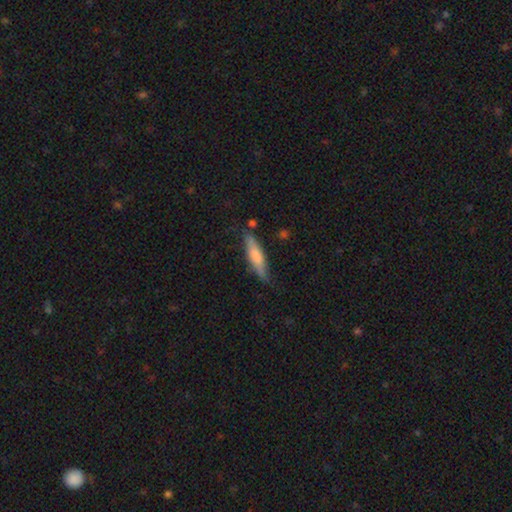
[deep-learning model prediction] Smooth or featured? smooth (63%)
How rounded? cigar-shaped (80%)
Merging? none (76%)